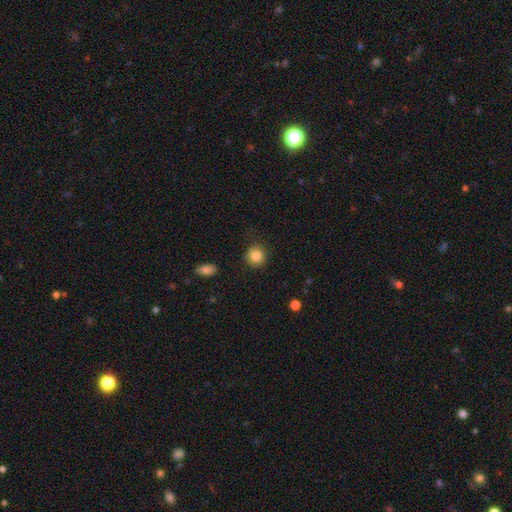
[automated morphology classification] This is clearly a smooth galaxy (86%). How rounded: clearly round (90%). Merging: clearly none (86%).